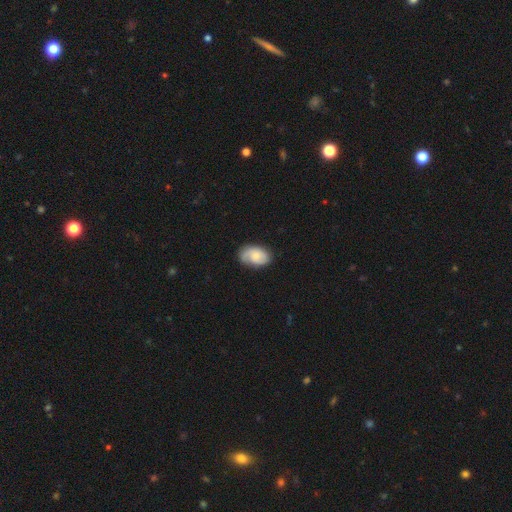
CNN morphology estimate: Smooth or featured: smooth — 48% (featured or disk — 45%)
Merging: none — 69% (minor disturbance — 23%)